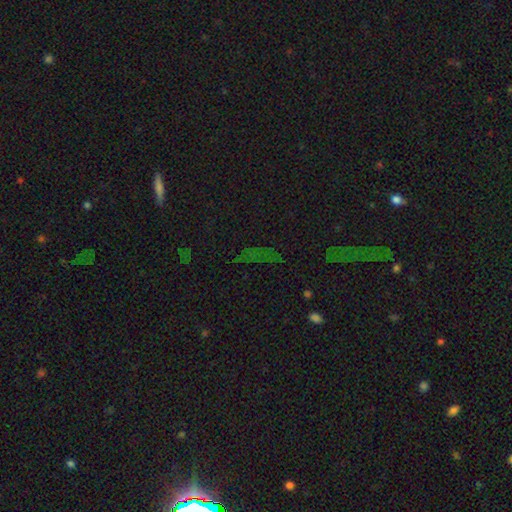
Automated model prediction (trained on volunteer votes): This appears to be a star or artifact, not a galaxy (70%).